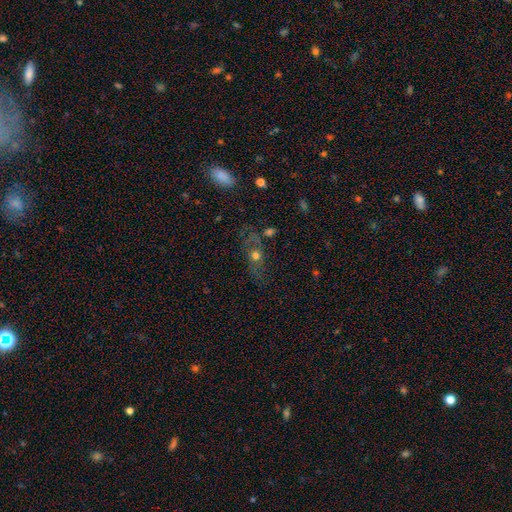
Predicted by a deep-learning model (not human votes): Overall: smooth (41%; featured or disk 38%). Merging: none (58%; minor disturbance 19%).